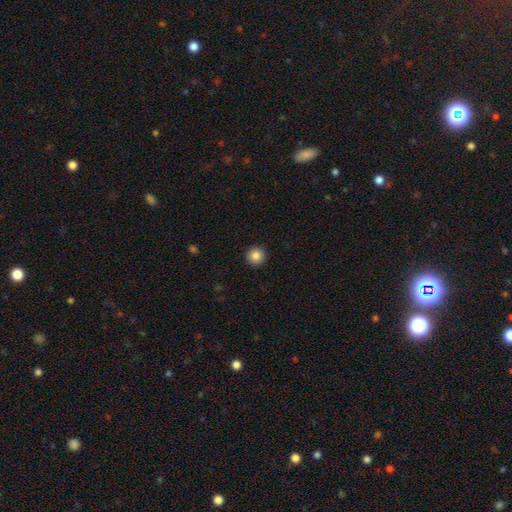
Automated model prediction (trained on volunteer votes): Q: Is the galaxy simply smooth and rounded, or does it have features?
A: smooth — 85%.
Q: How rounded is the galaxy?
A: round — 96%.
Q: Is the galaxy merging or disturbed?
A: none — 93%.